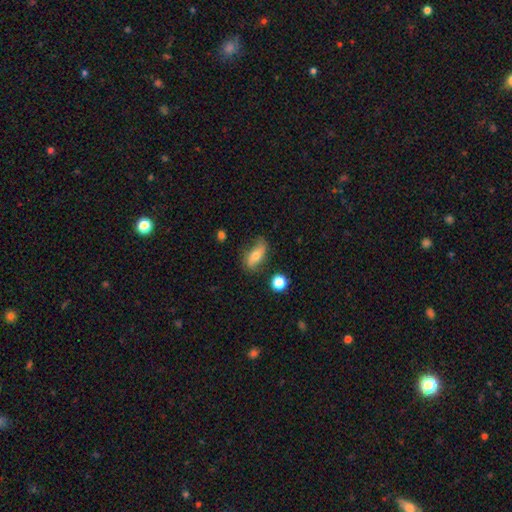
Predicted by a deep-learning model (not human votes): A smooth galaxy with no disk features (53%) that is in between round and cigar-shaped (75%). Merging: none (66%).